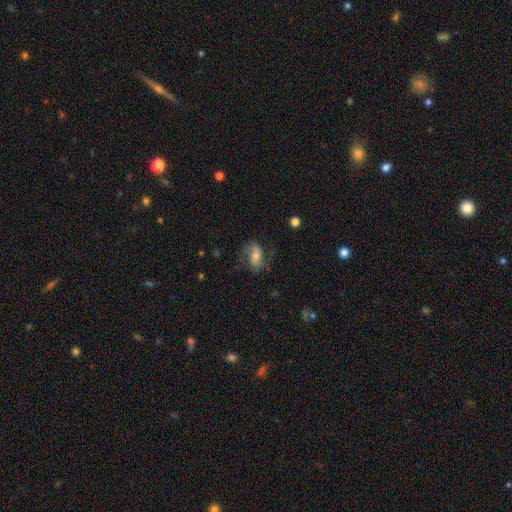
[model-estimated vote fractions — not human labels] smooth_or_featured: featured or disk (p=0.53) [alt: smooth p=0.38]
disk_edge_on: no (p=0.94) [alt: yes p=0.06]
bar: no (p=0.40) [alt: weak p=0.36]
has_spiral_arms: yes (p=0.83) [alt: no p=0.17]
bulge_size: moderate (p=0.56) [alt: small p=0.31]
merging: none (p=0.65) [alt: minor disturbance p=0.21]